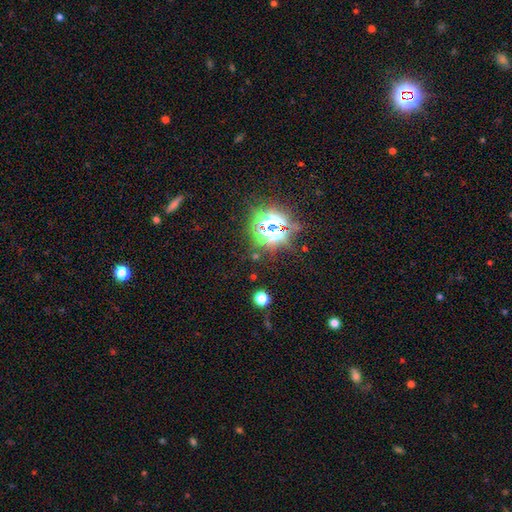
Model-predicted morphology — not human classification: type=star or artifact (75%).